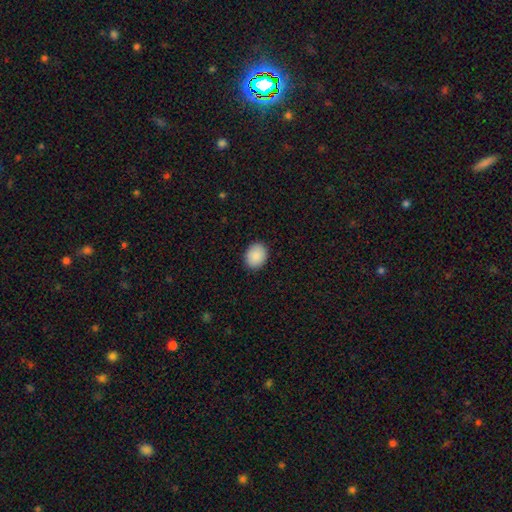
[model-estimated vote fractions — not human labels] Overall: smooth (90%). How rounded: round (56%; in between 43%). Merging: none (90%).